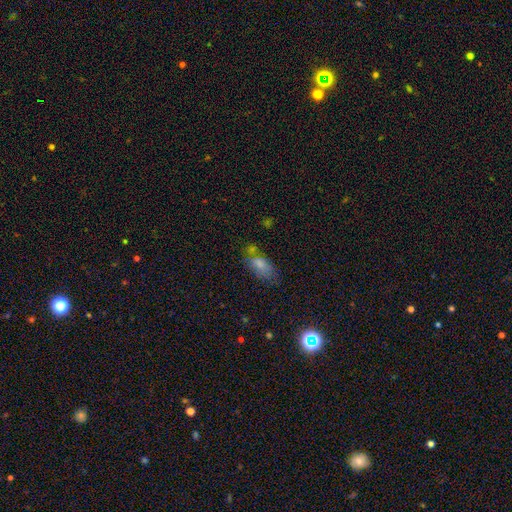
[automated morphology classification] This appears to be a smooth galaxy with no disk features (52%) that is in between round and cigar-shaped (79%). Merging: none (68%).